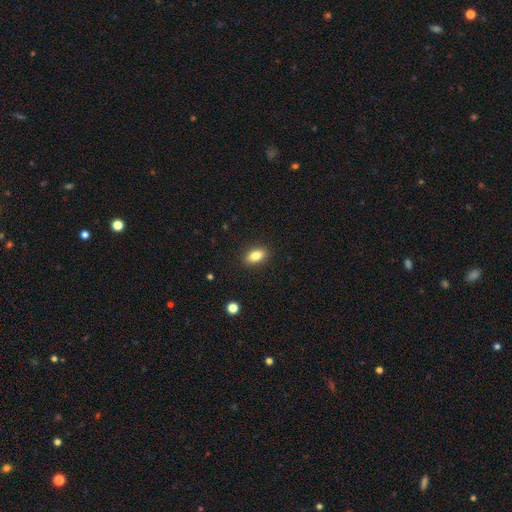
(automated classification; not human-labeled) This appears to be a smooth galaxy with no disk features (83%) that is in between round and cigar-shaped (88%). Merging: none (90%).